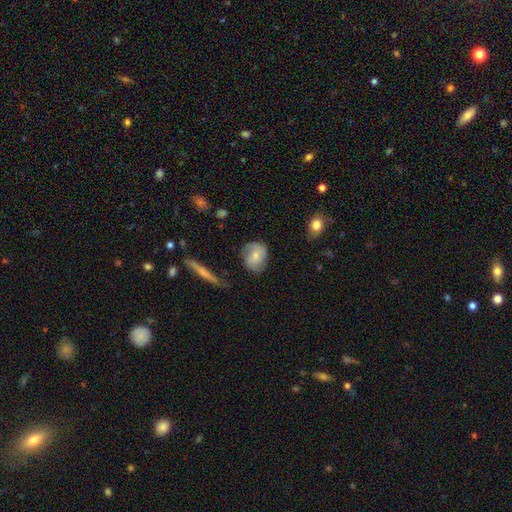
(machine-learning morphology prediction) smooth_or_featured: smooth (p=0.53) [alt: featured or disk p=0.40]
how_rounded: round (p=0.57) [alt: in between p=0.41]
merging: none (p=0.63) [alt: minor disturbance p=0.26]